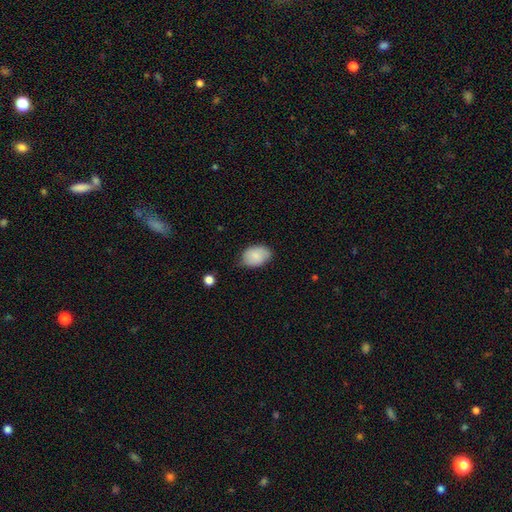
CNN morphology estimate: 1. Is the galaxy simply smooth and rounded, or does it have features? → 84% smooth, 10% featured or disk, 7% star or artifact.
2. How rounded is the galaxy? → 84% in between, 15% round, 1% cigar-shaped.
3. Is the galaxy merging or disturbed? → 68% none, 27% minor disturbance, 4% major disturbance, 2% merger.